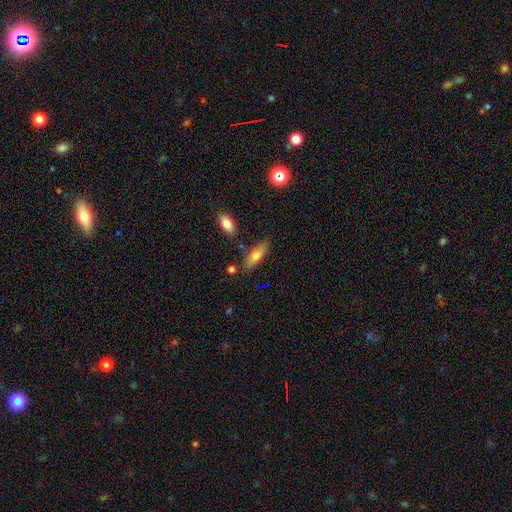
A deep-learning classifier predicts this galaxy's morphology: Overall: smooth (76%). How rounded: in between (64%; cigar-shaped 33%). Merging: none (75%).